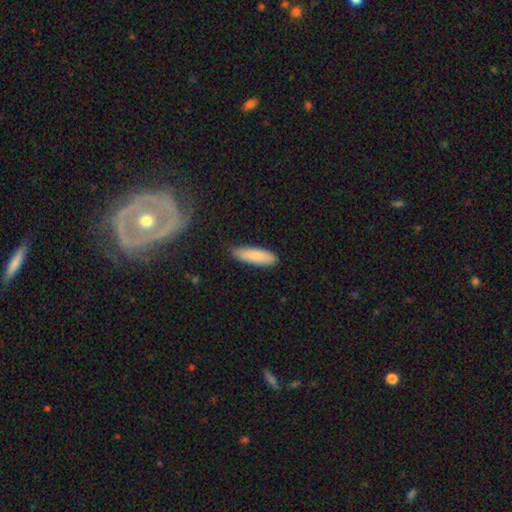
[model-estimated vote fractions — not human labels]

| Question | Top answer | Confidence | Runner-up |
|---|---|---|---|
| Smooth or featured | smooth | 87% | featured or disk (8%) |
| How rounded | cigar-shaped | 57% | in between (41%) |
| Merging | none | 84% | minor disturbance (13%) |